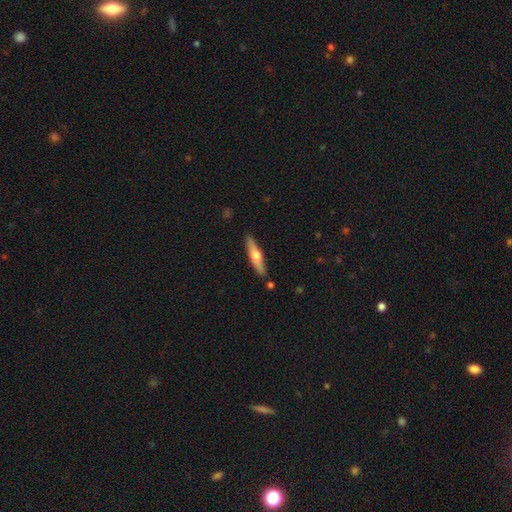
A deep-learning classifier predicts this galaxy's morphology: smooth_or_featured: featured or disk (p=0.49) [alt: smooth p=0.46]
merging: none (p=0.87) [alt: minor disturbance p=0.09]